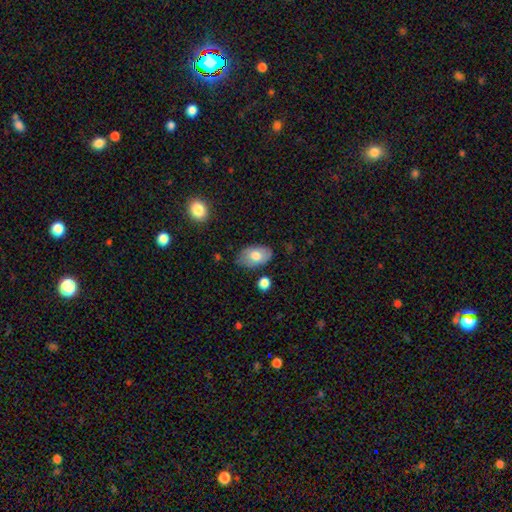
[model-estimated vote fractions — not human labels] smooth-or-featured: smooth: 71% | featured or disk: 22% | star or artifact: 7%
  how-rounded: in between: 91% | round: 8% | cigar-shaped: 1%
  merging: none: 74% | minor disturbance: 19% | major disturbance: 4% | merger: 3%